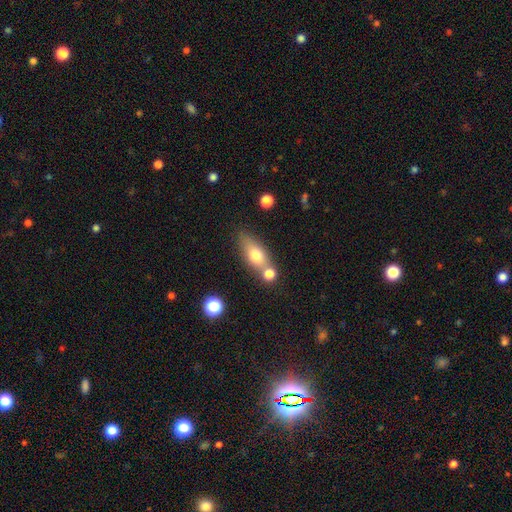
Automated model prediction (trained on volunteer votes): The model was most divided on "merging": none: 53%, merger: 29%, minor disturbance: 13%, major disturbance: 5%. More confident: smooth or featured — smooth (68%); how rounded — in between (67%).